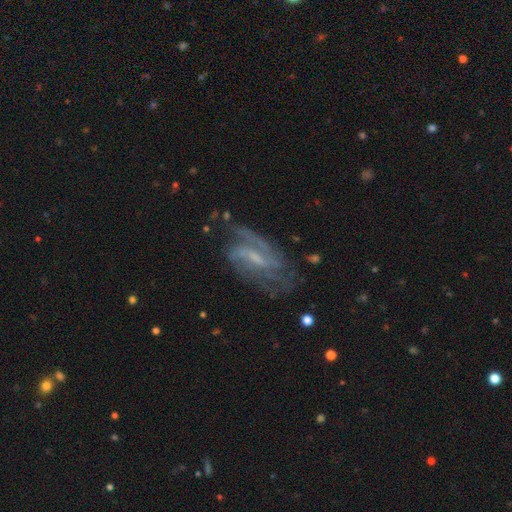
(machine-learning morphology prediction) Smooth or featured? featured or disk (81%)
Edge-on disk? no (93%)
Bar? weak (49%)
Spiral arms? yes (93%)
Spiral winding? medium (46%)
Spiral arm count? 2 (57%)
Bulge size? small (51%)
Merging? none (65%)